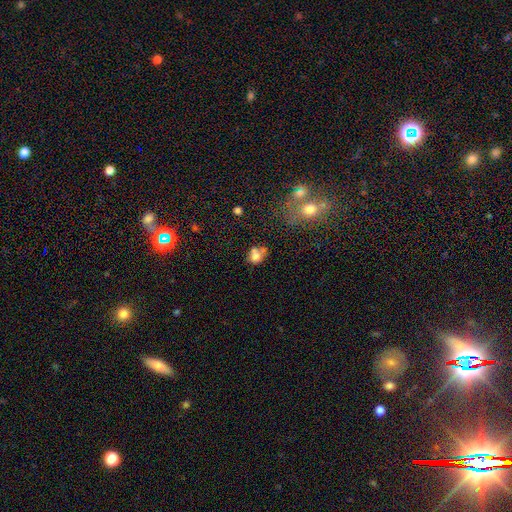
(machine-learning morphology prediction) type=smooth (70%); roundness=round (64%); merging=merger (40%).